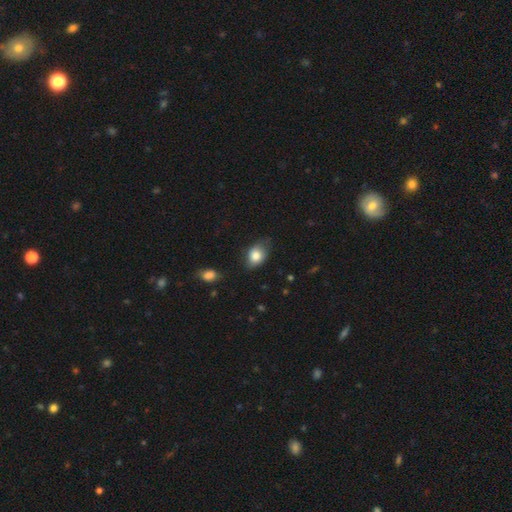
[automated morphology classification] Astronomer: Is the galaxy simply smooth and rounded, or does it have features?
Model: smooth — 81%.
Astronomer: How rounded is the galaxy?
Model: in between — 75%.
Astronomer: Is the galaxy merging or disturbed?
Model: none — 63%.